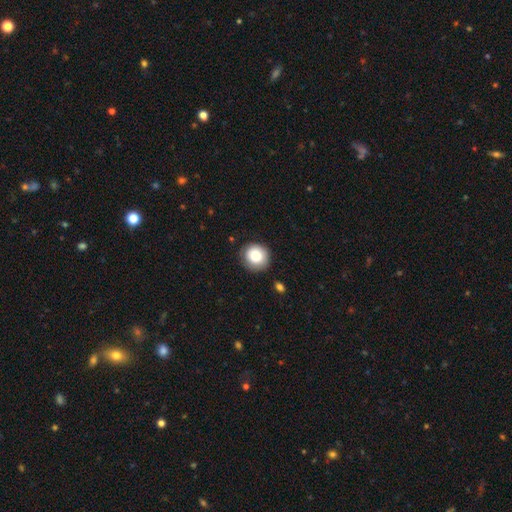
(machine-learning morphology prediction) A smooth galaxy with no disk features (82%) that is round (90%). Merging: none (83%).